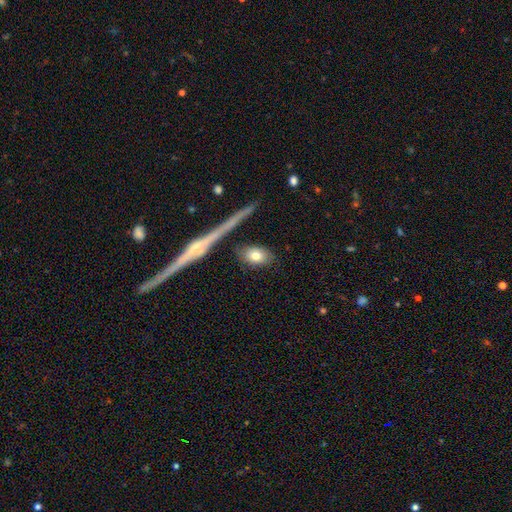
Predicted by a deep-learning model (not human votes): smooth-or-featured: smooth: 78% | featured or disk: 15% | star or artifact: 7%
  how-rounded: in between: 80% | round: 14% | cigar-shaped: 6%
  merging: none: 81% | minor disturbance: 11% | merger: 5% | major disturbance: 3%